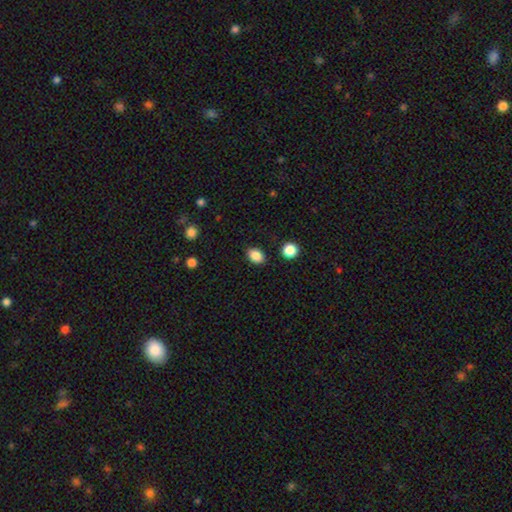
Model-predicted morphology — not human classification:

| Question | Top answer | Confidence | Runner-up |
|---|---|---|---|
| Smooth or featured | smooth | 87% | star or artifact (9%) |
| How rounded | in between | 72% | round (27%) |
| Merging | none | 86% | minor disturbance (10%) |